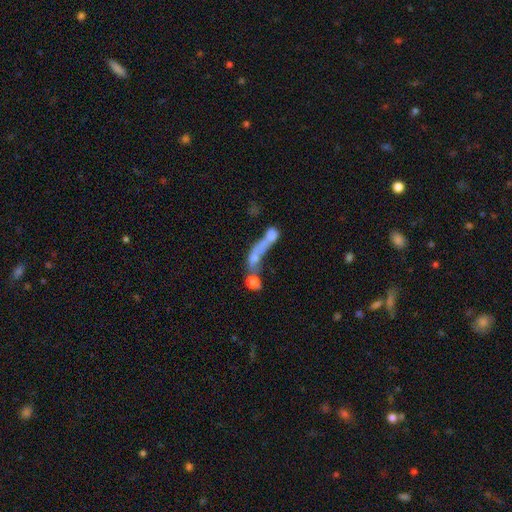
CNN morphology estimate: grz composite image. It shows a smooth galaxy with no disk features (52%) that is cigar-shaped (47%). Merging: merger (56%).